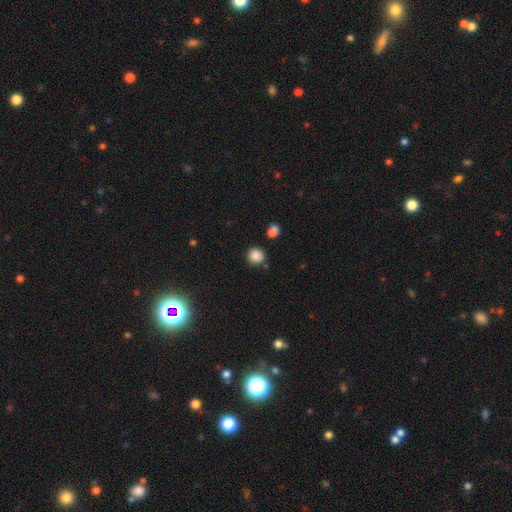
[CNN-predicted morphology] Smooth or featured: smooth — 85% (star or artifact — 11%)
How rounded: round — 88% (in between — 11%)
Merging: none — 81% (minor disturbance — 11%)